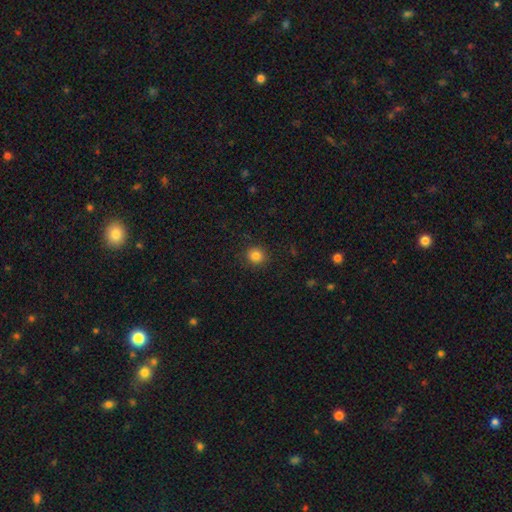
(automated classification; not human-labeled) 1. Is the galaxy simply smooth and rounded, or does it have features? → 84% smooth, 12% star or artifact, 4% featured or disk.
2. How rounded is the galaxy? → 89% round, 10% in between, 1% cigar-shaped.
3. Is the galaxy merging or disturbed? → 90% none, 7% minor disturbance, 2% major disturbance, 1% merger.